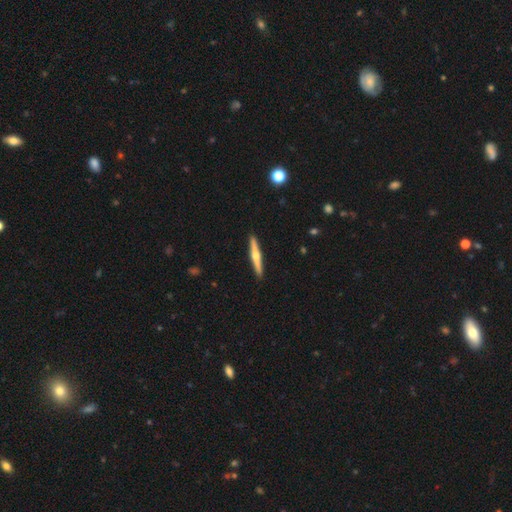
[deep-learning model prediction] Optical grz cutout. It shows a featured or disk galaxy (63%) viewed edge-on (98%) with a rounded central bulge (91%). Merging: none (92%).